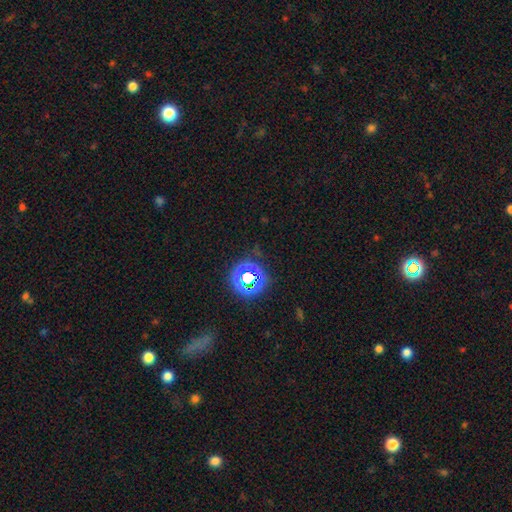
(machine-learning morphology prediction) This is possibly a star or artifact rather than a galaxy (49%).